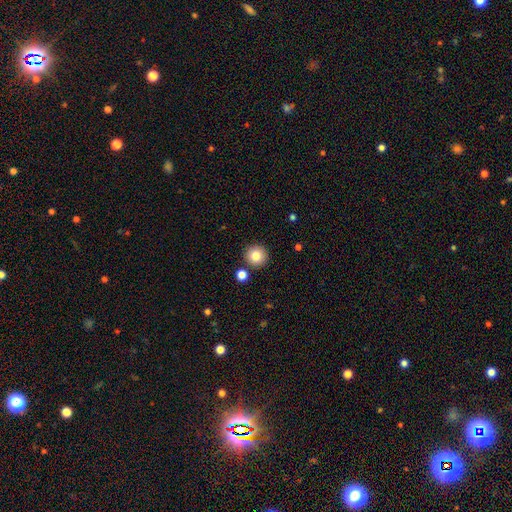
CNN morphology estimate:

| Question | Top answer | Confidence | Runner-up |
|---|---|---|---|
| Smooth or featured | smooth | 82% | star or artifact (10%) |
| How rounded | round | 95% | in between (4%) |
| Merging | none | 87% | minor disturbance (6%) |